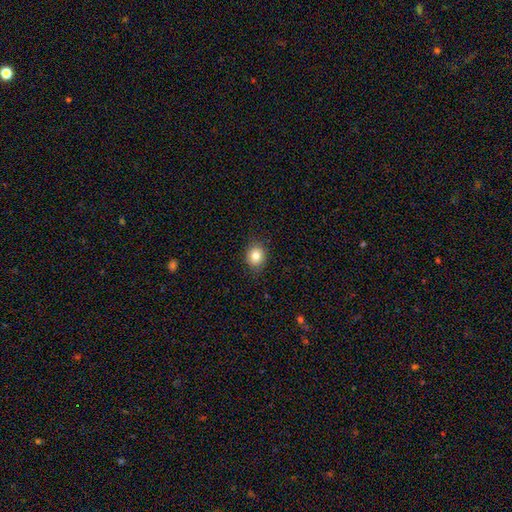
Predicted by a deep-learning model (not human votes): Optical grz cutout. It shows a smooth galaxy with no disk features (81%) that is round (70%). Merging: none (87%).